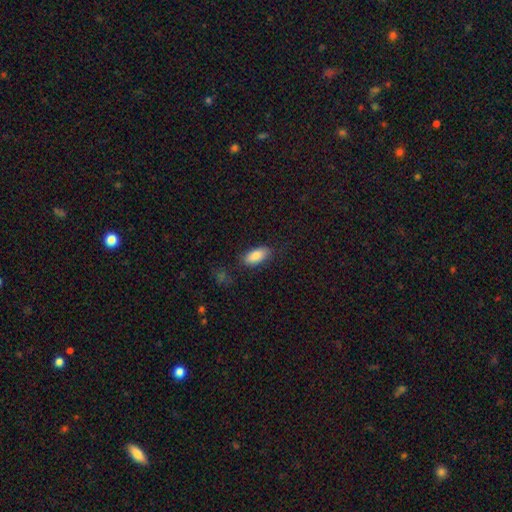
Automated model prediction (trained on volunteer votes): smooth 86%, featured or disk 7%, star or artifact 7%. Down the decision tree: how rounded — in between (88%); merging — none (80%).